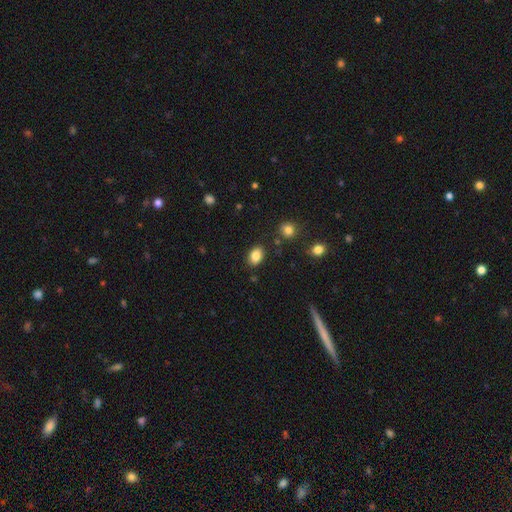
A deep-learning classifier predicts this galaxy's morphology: A smooth galaxy with no disk features (86%) that is in between round and cigar-shaped (79%).

Vote fractions:
- Smooth or featured? smooth: 86% / star or artifact: 9% / featured or disk: 5%
- How rounded? in between: 79% / round: 19% / cigar-shaped: 1%
- Merging? none: 85% / minor disturbance: 10% / major disturbance: 3% / merger: 3%